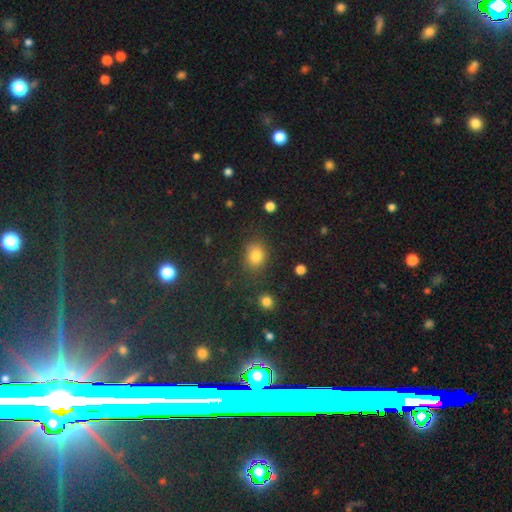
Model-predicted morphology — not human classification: This appears to be a smooth galaxy with no disk features (77%) that is round (57%). Merging: none (77%).